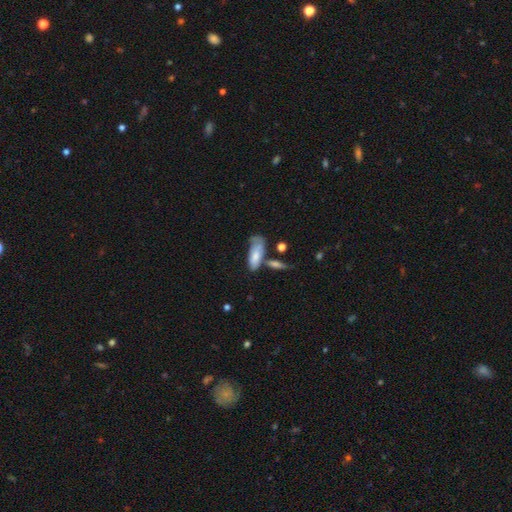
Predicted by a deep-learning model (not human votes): Morphology: type=smooth (70%); roundness=in between (77%); merging=none (34%).